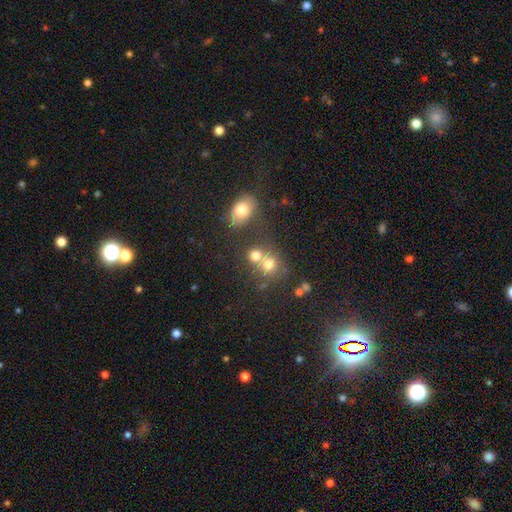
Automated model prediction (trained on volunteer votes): smooth_or_featured: smooth (p=0.73) [alt: star or artifact p=0.15]
how_rounded: round (p=0.77) [alt: in between p=0.22]
merging: none (p=0.46) [alt: merger p=0.42]